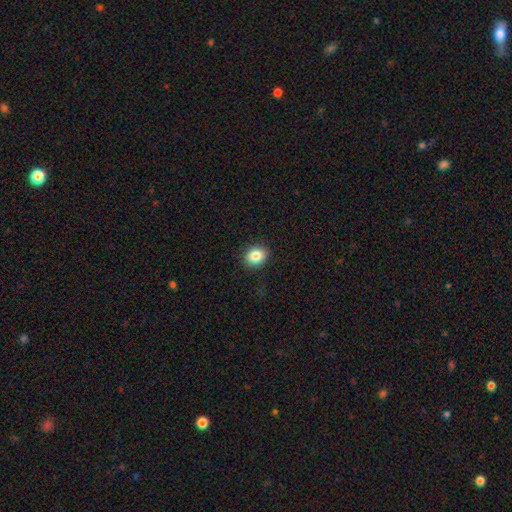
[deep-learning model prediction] Q: Smooth or featured?
A: smooth (84%); runner-up: star or artifact (10%)
Q: How rounded?
A: round (58%); runner-up: in between (41%)
Q: Merging?
A: none (89%); runner-up: minor disturbance (8%)